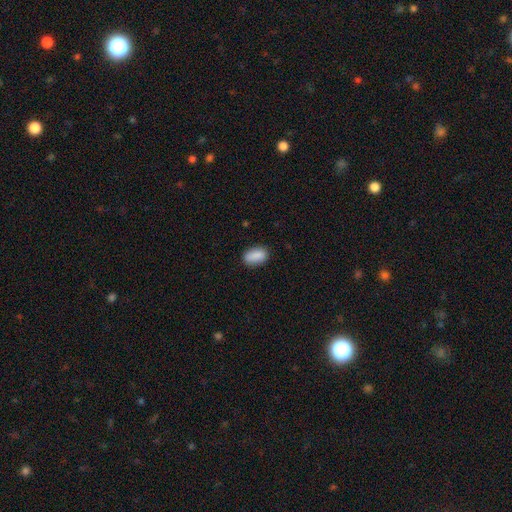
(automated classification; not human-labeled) A smooth galaxy with no disk features (88%) that is in between round and cigar-shaped (90%). Merging: none (81%).